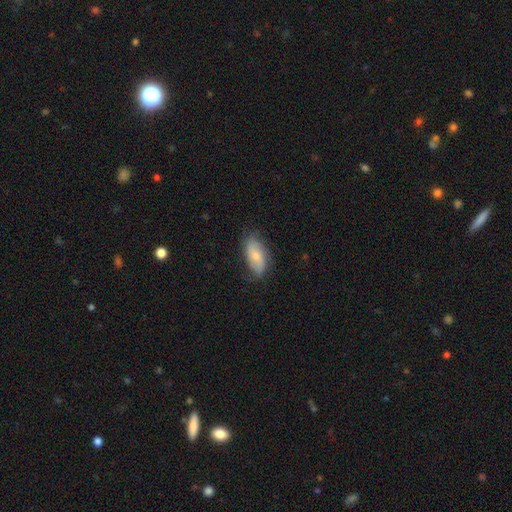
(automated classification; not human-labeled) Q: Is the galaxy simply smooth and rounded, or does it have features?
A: smooth — 55%.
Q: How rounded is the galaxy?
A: in between — 89%.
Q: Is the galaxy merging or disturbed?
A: none — 70%.